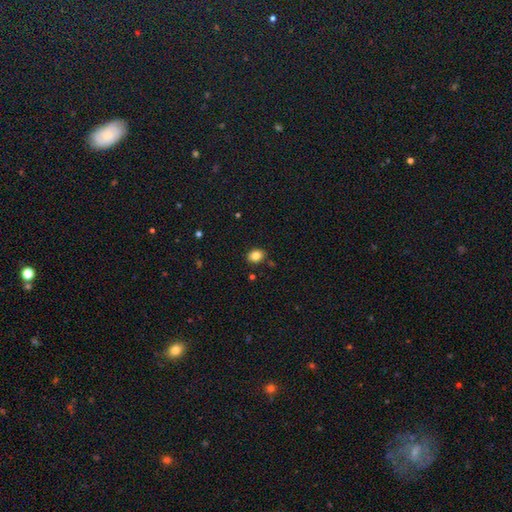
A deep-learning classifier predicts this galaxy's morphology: Smooth or featured?
  - smooth: 84% *
  - star or artifact: 10%
  - featured or disk: 6%
How rounded?
  - in between: 58% *
  - round: 41%
  - cigar-shaped: 1%
Merging?
  - none: 87% *
  - minor disturbance: 9%
  - merger: 2%
  - major disturbance: 2%